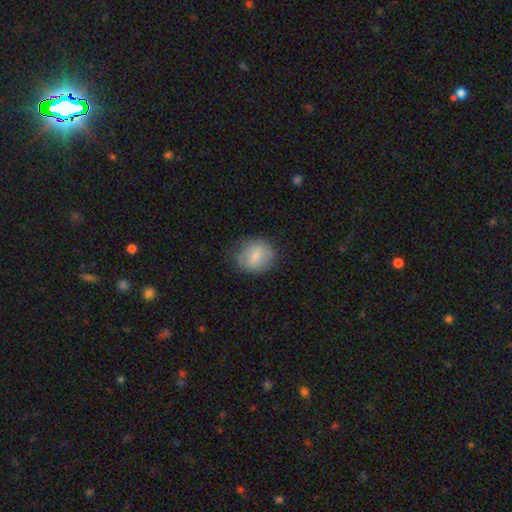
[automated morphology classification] Smooth or featured? smooth (72%)
How rounded? round (64%)
Merging? none (73%)